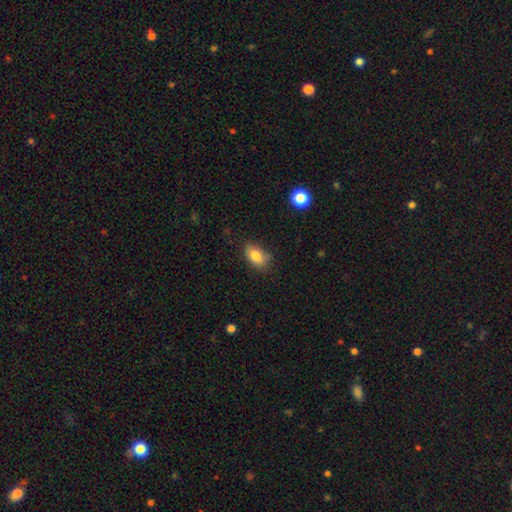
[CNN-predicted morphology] The model was most divided on "merging": none: 71%, minor disturbance: 23%, major disturbance: 5%, merger: 2%. More confident: how rounded — in between (89%); smooth or featured — smooth (83%).